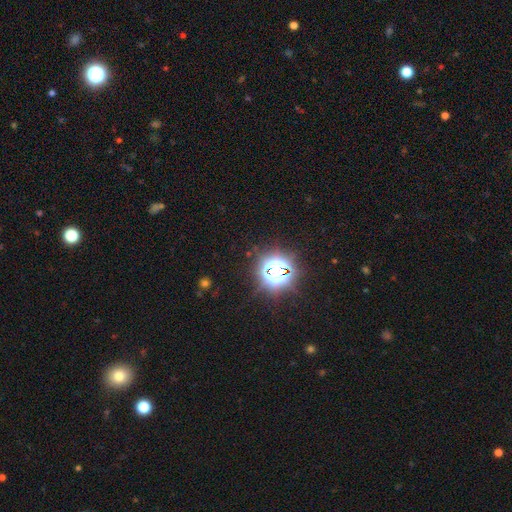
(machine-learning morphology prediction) This is clearly a star or artifact rather than a galaxy (80%).